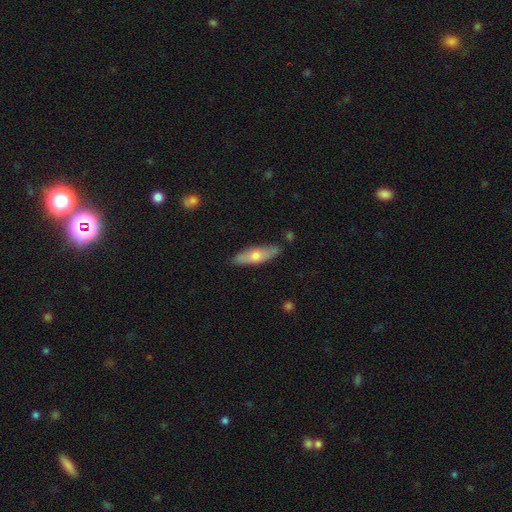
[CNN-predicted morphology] Overall: smooth (54%; featured or disk 40%). How rounded: cigar-shaped (61%; in between 37%). Merging: none (84%).